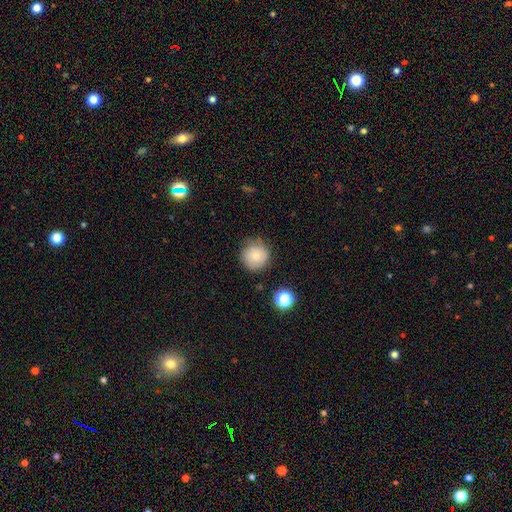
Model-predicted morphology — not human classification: Q: Smooth or featured?
A: smooth (78%); runner-up: featured or disk (12%)
Q: How rounded?
A: round (94%); runner-up: in between (5%)
Q: Merging?
A: none (80%); runner-up: minor disturbance (15%)